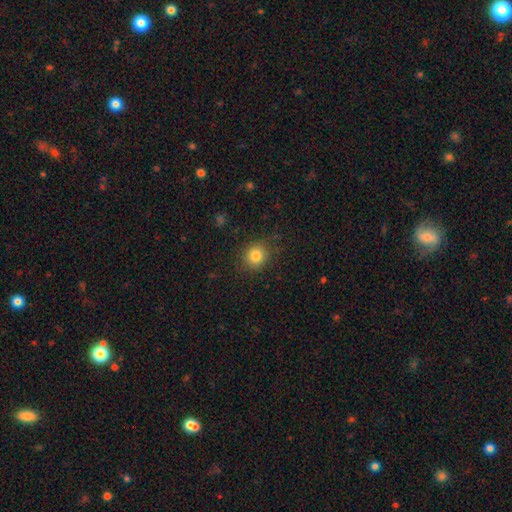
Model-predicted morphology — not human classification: A smooth galaxy with no disk features (82%) that is round (84%). Merging: none (84%).